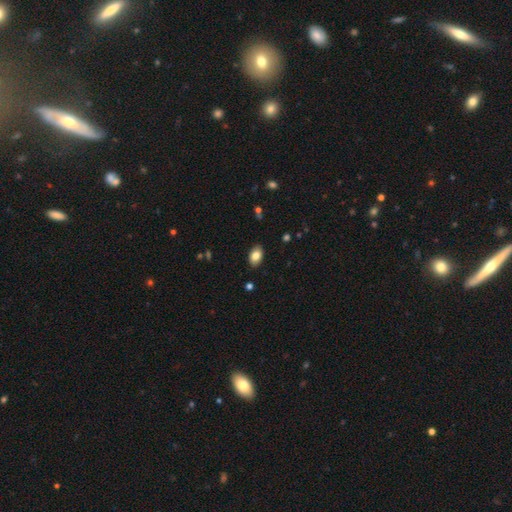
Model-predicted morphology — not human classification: Smooth or featured? Predicted: smooth (p=0.83). How rounded? Predicted: in between (p=0.90). Merging? Predicted: none (p=0.87).